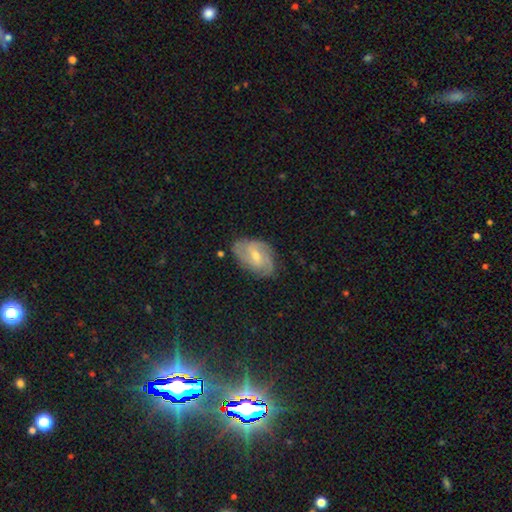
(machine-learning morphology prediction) The model was most divided on "bulge size" (2-way tie): small: 48%, moderate: 48%, none: 1%, large: 1%, dominant: 1%. Remaining: edge-on disk — no (96%); spiral arms — yes (92%); merging — none (74%); smooth or featured — featured or disk (74%); bar — weak (50%); spiral winding — tight (44%); spiral arm count — 2 (38%).